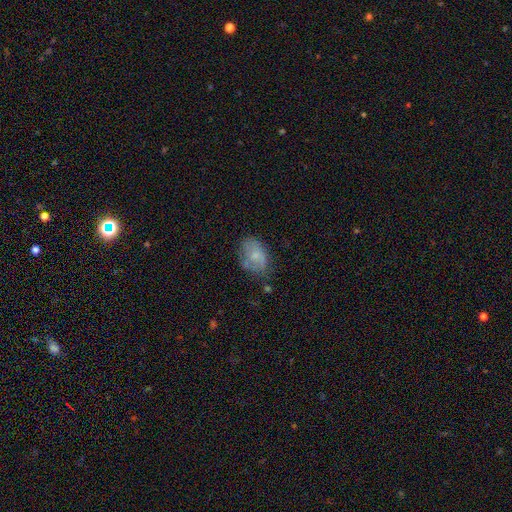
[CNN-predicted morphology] Smooth or featured?
  - smooth: 63% *
  - featured or disk: 29%
  - star or artifact: 8%
How rounded?
  - in between: 81% *
  - round: 17%
  - cigar-shaped: 1%
Merging?
  - none: 55% *
  - minor disturbance: 29%
  - major disturbance: 11%
  - merger: 5%